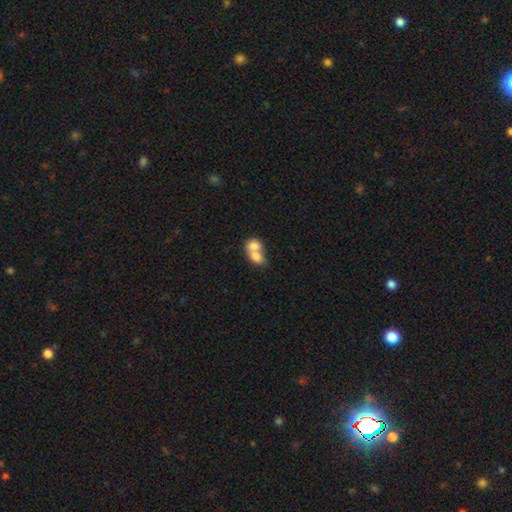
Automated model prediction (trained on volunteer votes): Smooth or featured? smooth (74%)
How rounded? in between (57%)
Merging? merger (77%)